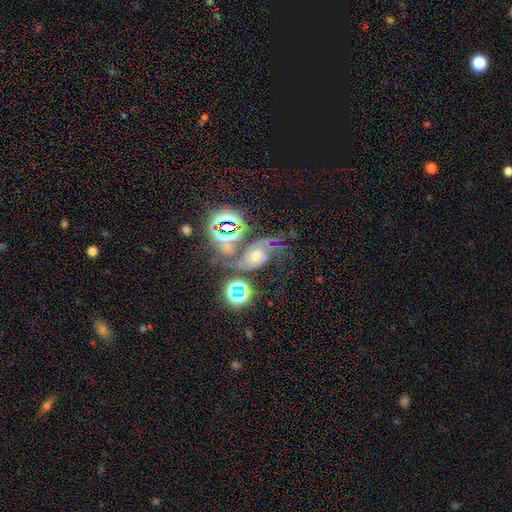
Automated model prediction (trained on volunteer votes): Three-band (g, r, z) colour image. It shows a featured or disk galaxy (52%). Merging: none (39%).